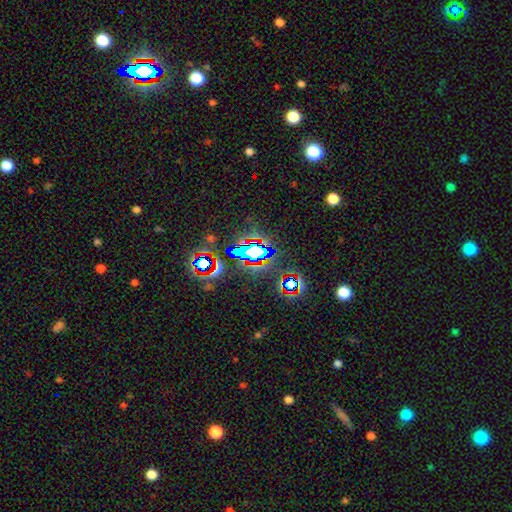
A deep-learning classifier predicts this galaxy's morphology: A star or artifact, not a galaxy (66%).

Vote fractions:
- Smooth or featured? star or artifact: 66% / smooth: 17% / featured or disk: 17%